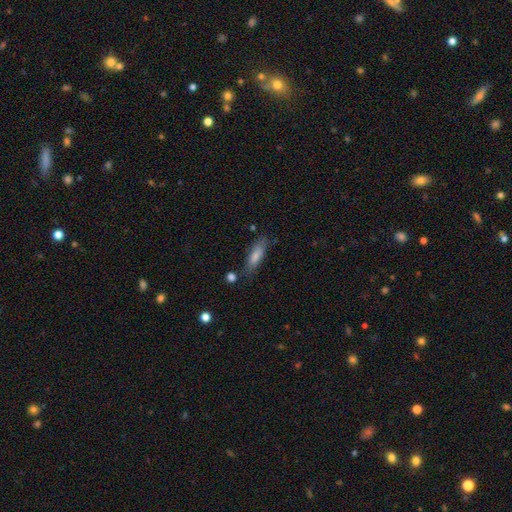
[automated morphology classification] Smooth or featured?
  - smooth: 77% *
  - featured or disk: 16%
  - star or artifact: 6%
How rounded?
  - cigar-shaped: 52% *
  - in between: 46%
  - round: 2%
Merging?
  - none: 71% *
  - minor disturbance: 19%
  - major disturbance: 5%
  - merger: 5%